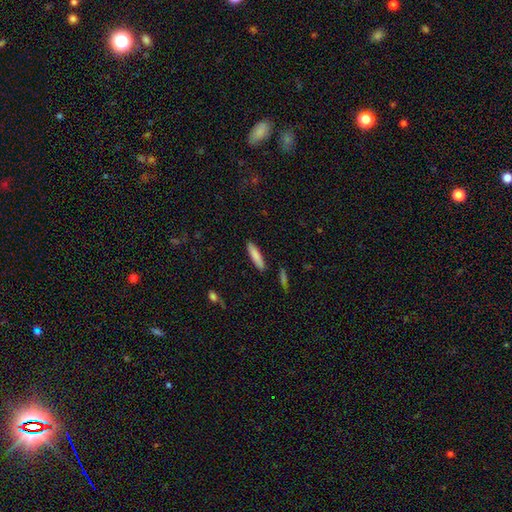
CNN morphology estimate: Overall: smooth (83%). How rounded: cigar-shaped (80%). Merging: none (88%).